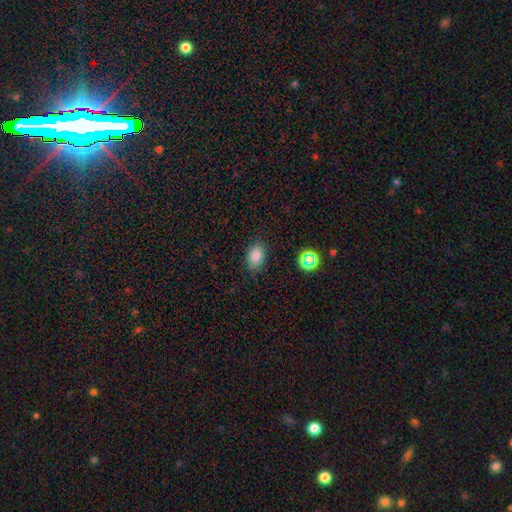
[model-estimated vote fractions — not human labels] The model was most divided on "smooth or featured": smooth: 82%, star or artifact: 12%, featured or disk: 7%. More confident: how rounded — in between (86%); merging — none (84%).